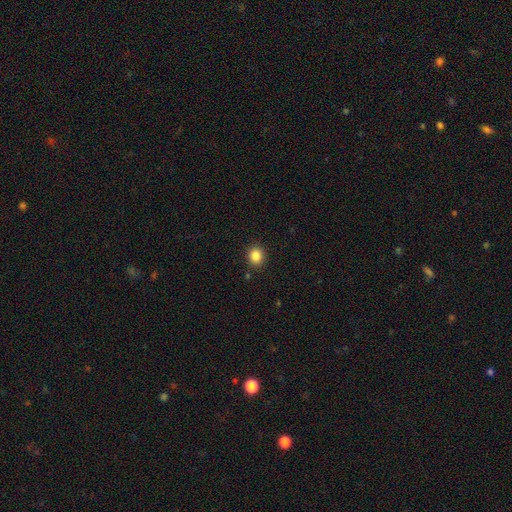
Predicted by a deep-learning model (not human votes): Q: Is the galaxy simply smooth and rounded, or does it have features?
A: smooth — 85%.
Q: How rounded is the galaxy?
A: round — 75%.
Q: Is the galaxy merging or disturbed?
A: none — 89%.